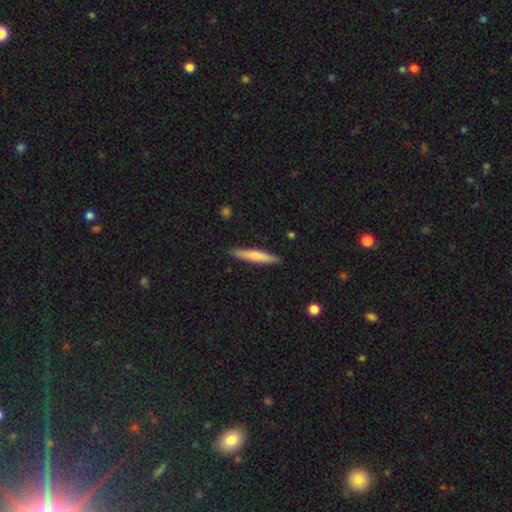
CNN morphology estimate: Smooth or featured? Predicted: smooth (p=0.70). How rounded? Predicted: cigar-shaped (p=0.93). Merging? Predicted: none (p=0.90).